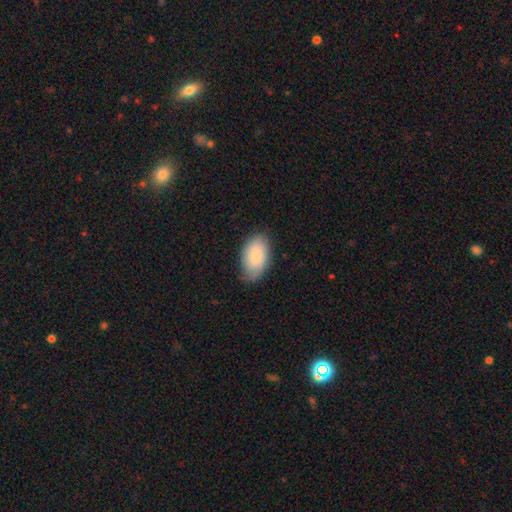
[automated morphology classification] Overall: smooth (80%). How rounded: in between (94%). Merging: none (76%).